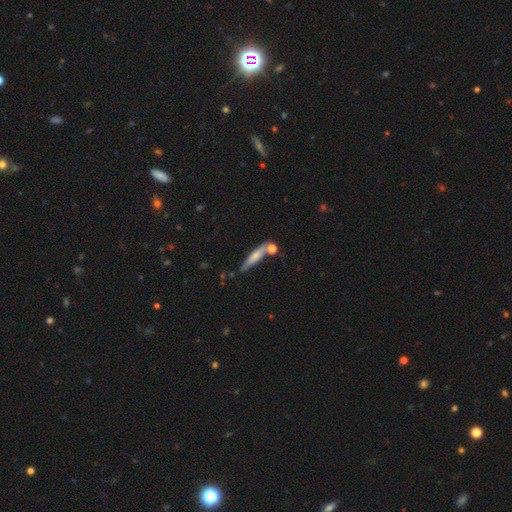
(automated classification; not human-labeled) Smooth or featured: smooth — 57% (featured or disk — 36%)
How rounded: cigar-shaped — 86% (in between — 12%)
Merging: none — 66% (minor disturbance — 16%)